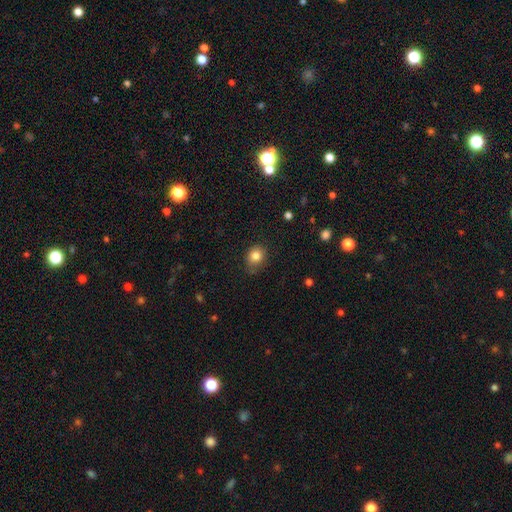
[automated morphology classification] Smooth or featured?
  - smooth: 84% *
  - star or artifact: 11%
  - featured or disk: 6%
How rounded?
  - round: 64% *
  - in between: 35%
  - cigar-shaped: 1%
Merging?
  - none: 72% *
  - minor disturbance: 22%
  - major disturbance: 4%
  - merger: 2%